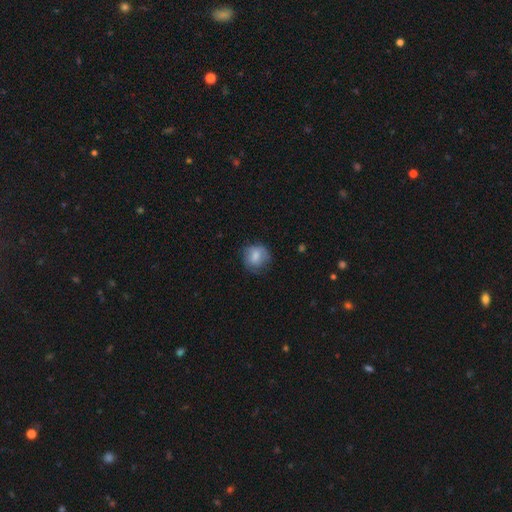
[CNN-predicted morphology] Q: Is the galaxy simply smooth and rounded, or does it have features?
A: smooth — 71%.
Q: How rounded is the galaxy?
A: round — 78%.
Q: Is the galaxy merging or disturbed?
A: none — 63%.